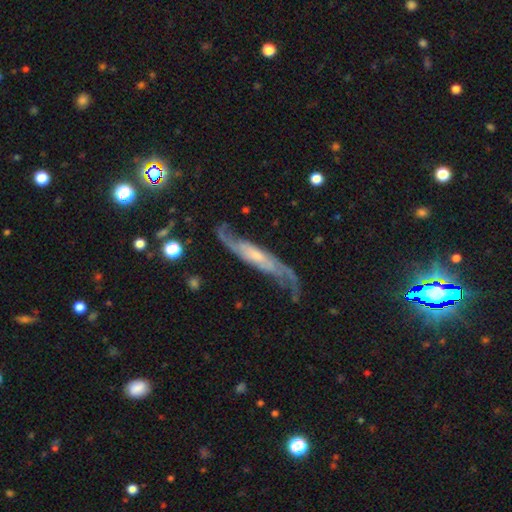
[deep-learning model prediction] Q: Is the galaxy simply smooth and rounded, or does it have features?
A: featured or disk — 84%.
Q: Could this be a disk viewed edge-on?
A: no — 71%.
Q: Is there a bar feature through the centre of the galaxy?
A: no — 53%.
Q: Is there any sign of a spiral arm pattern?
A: yes — 95%.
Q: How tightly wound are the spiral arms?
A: loose — 48%.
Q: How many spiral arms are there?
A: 2 — 84%.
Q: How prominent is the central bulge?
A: small — 62%.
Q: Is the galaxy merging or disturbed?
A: none — 64%.